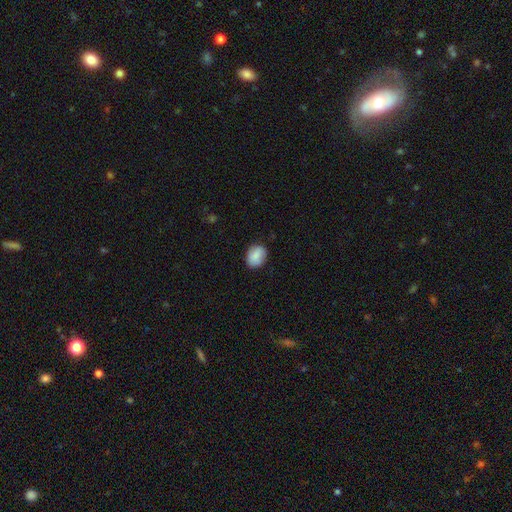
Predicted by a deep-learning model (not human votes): A smooth galaxy with no disk features (84%) that is in between round and cigar-shaped (53%).

Vote fractions:
- Smooth or featured? smooth: 84% / featured or disk: 9% / star or artifact: 7%
- How rounded? in between: 53% / round: 46% / cigar-shaped: 1%
- Merging? none: 82% / minor disturbance: 14% / major disturbance: 3% / merger: 1%